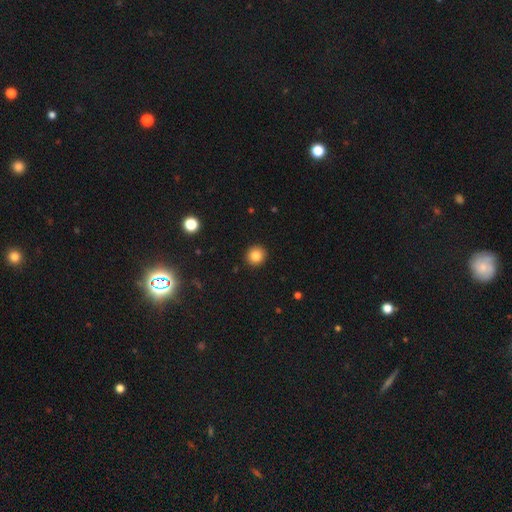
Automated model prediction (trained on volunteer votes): Morphology: type=smooth (83%); roundness=round (93%); merging=none (93%).